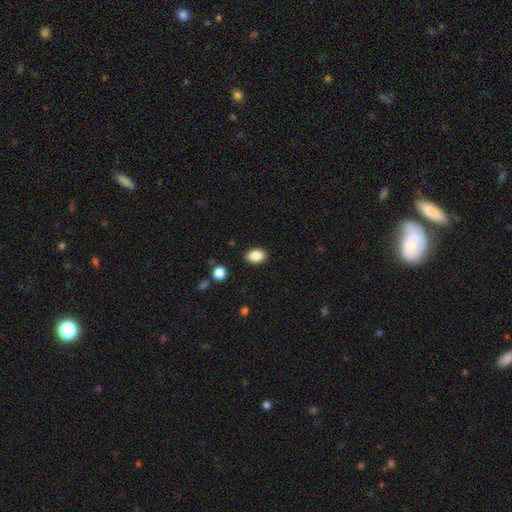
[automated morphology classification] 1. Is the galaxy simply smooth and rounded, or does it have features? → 87% smooth, 8% star or artifact, 4% featured or disk.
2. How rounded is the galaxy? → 84% in between, 15% round, 1% cigar-shaped.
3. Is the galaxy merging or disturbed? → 88% none, 8% minor disturbance, 2% major disturbance, 1% merger.